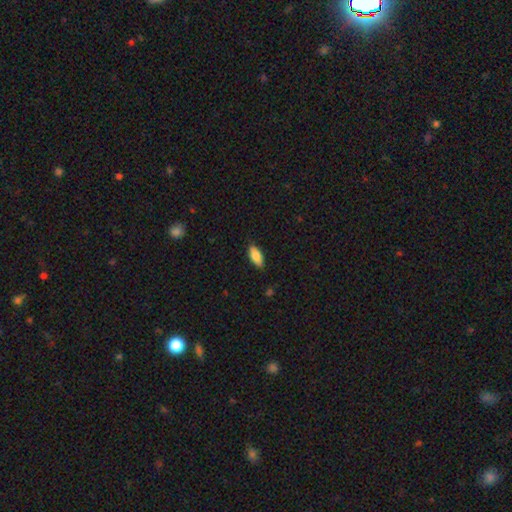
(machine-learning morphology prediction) smooth 83%, featured or disk 10%, star or artifact 6%. Down the decision tree: how rounded — in between (84%); merging — none (85%).